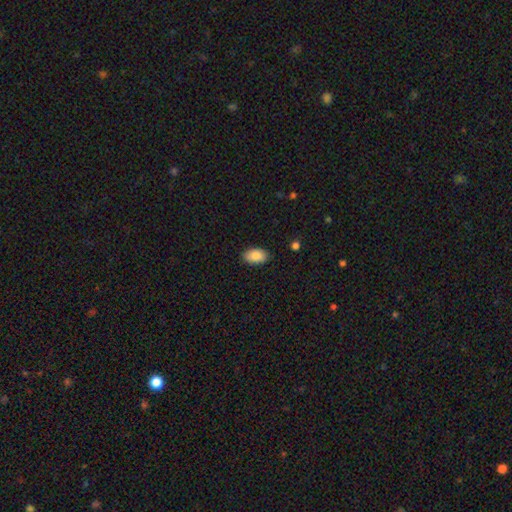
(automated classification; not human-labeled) smooth_or_featured: smooth (p=0.88) [alt: star or artifact p=0.07]
how_rounded: in between (p=0.94) [alt: round p=0.05]
merging: none (p=0.87) [alt: minor disturbance p=0.10]